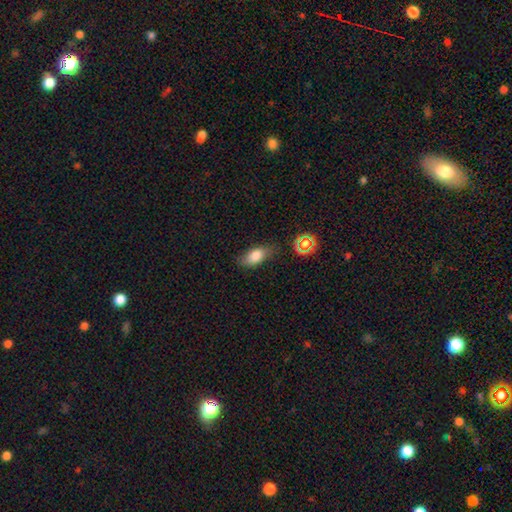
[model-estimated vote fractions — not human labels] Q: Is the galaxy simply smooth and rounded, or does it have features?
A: smooth — 79%.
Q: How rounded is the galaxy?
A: in between — 84%.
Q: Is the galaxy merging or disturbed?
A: none — 68%.